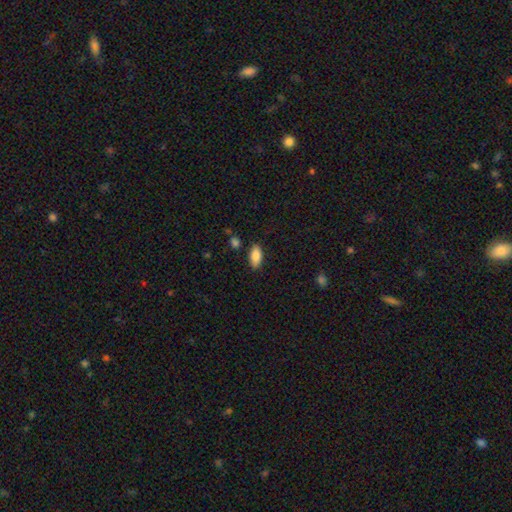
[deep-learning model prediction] Overall: smooth (83%). How rounded: in between (88%). Merging: none (85%).